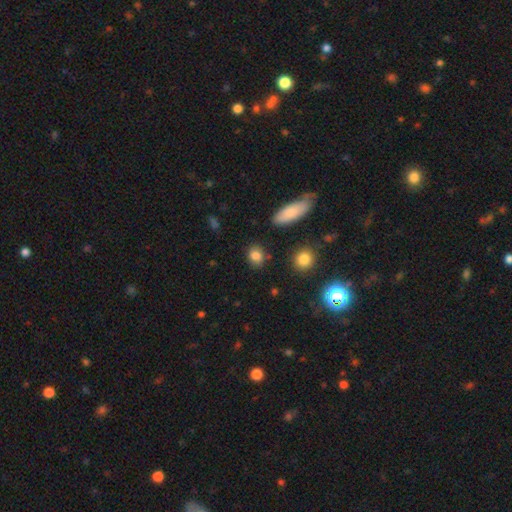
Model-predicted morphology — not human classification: Overall: smooth (83%). How rounded: in between (51%; round 47%). Merging: none (80%).